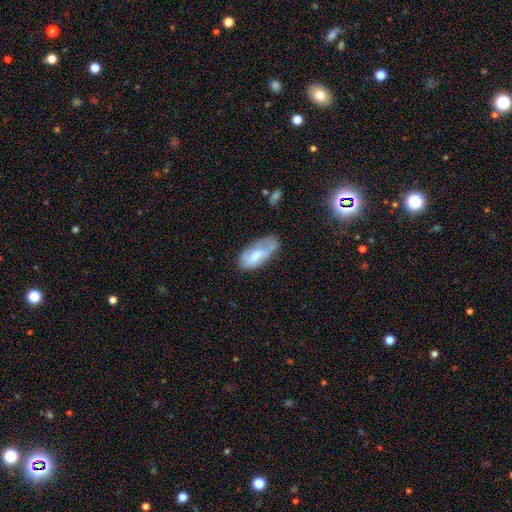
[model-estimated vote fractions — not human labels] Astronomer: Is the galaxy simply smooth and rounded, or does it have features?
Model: smooth — 52% (runner-up: featured or disk, 41%).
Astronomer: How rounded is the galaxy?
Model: in between — 90%.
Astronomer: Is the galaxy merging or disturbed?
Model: none — 40% (runner-up: minor disturbance, 35%).